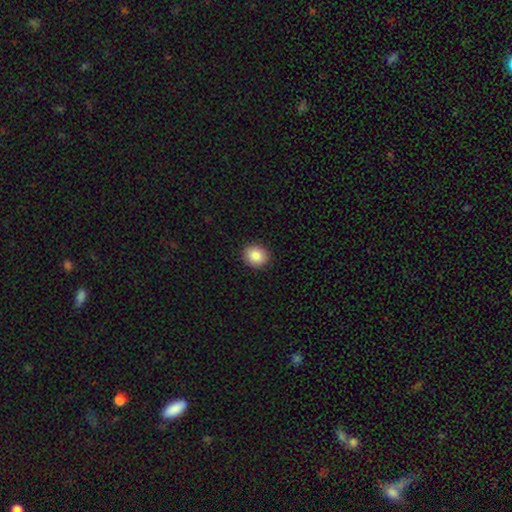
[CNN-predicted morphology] This is clearly a smooth galaxy (85%). How rounded: likely round (77%). Merging: clearly none (91%).